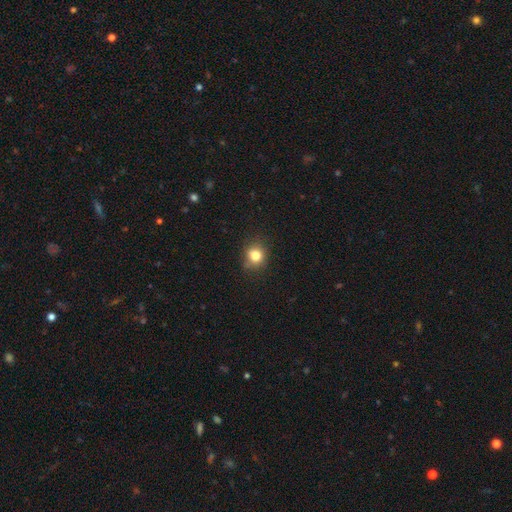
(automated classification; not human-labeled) Smooth or featured?
  - smooth: 81% *
  - star or artifact: 12%
  - featured or disk: 7%
How rounded?
  - round: 78% *
  - in between: 21%
  - cigar-shaped: 1%
Merging?
  - none: 79% *
  - minor disturbance: 16%
  - major disturbance: 3%
  - merger: 2%